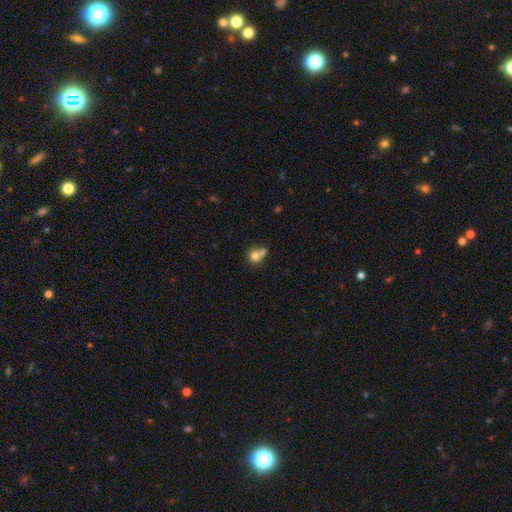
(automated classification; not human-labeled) Smooth or featured? Predicted: smooth (p=0.75). How rounded? Predicted: round (p=0.78). Merging? Predicted: merger (p=0.54).